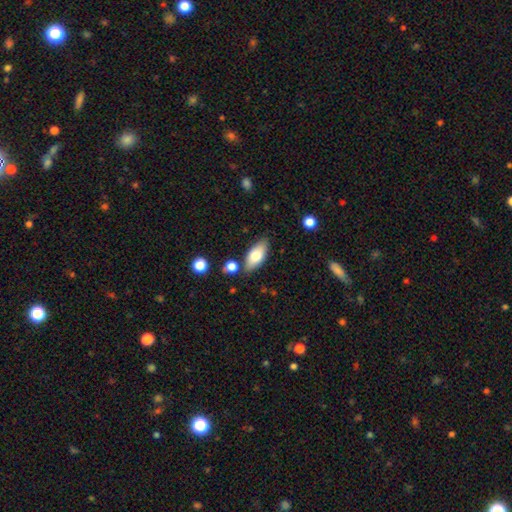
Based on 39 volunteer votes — Smooth or featured? 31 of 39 (79%) said smooth. How rounded? 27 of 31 (87%) said in between. Merging? 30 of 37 (81%) said none.